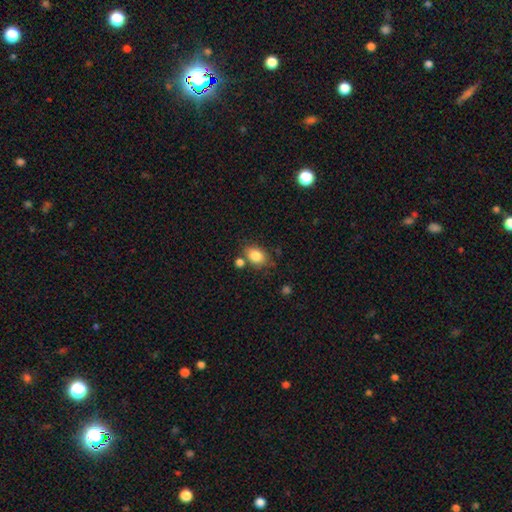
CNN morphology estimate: This is clearly a smooth galaxy (84%). How rounded: likely in between (74%). Merging: likely none (68%).